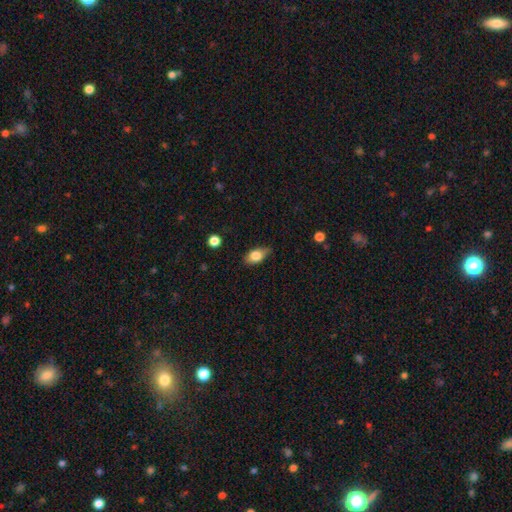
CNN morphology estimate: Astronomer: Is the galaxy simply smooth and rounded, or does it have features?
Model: smooth — 73%.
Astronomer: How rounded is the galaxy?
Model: in between — 84%.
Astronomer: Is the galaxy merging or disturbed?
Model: none — 74%.